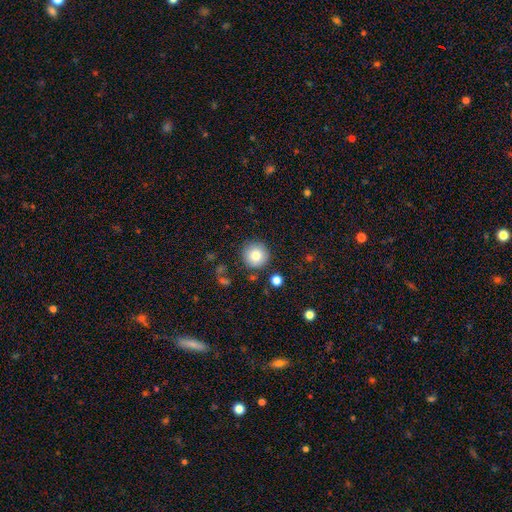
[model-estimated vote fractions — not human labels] Morphology: type=smooth (81%); roundness=round (95%); merging=none (87%).